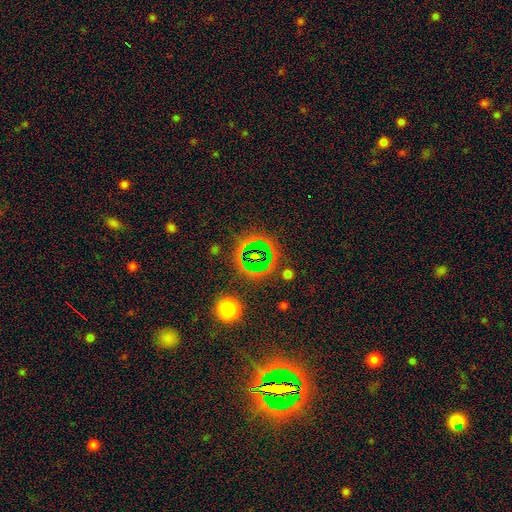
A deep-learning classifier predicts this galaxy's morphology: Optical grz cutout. It shows a star or artifact, not a galaxy (72%).